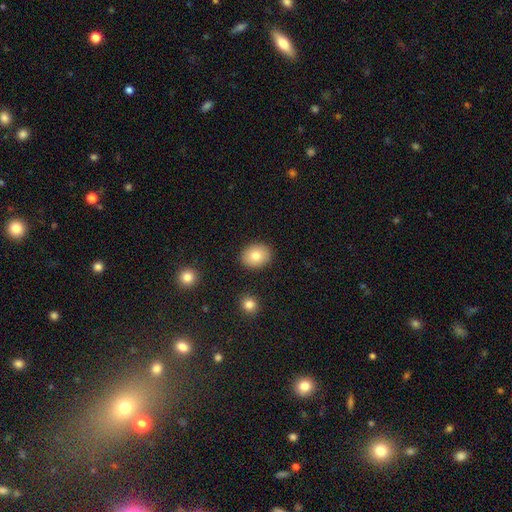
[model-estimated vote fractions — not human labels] smooth-or-featured: smooth: 82% | featured or disk: 10% | star or artifact: 8%
  how-rounded: round: 53% | in between: 46% | cigar-shaped: 1%
  merging: none: 88% | minor disturbance: 8% | major disturbance: 2% | merger: 2%